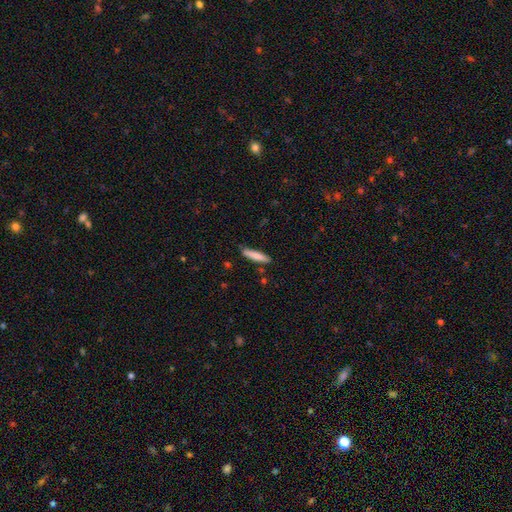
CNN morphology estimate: Smooth or featured?
  - smooth: 79% *
  - featured or disk: 15%
  - star or artifact: 6%
How rounded?
  - cigar-shaped: 86% *
  - in between: 13%
  - round: 1%
Merging?
  - none: 86% *
  - minor disturbance: 10%
  - merger: 2%
  - major disturbance: 2%